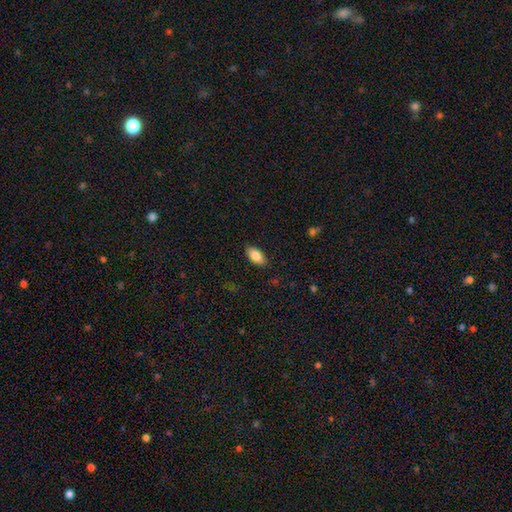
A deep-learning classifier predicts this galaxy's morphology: The model was most divided on "merging": none: 86%, minor disturbance: 11%, major disturbance: 2%, merger: 1%. More confident: how rounded — in between (93%); smooth or featured — smooth (85%).